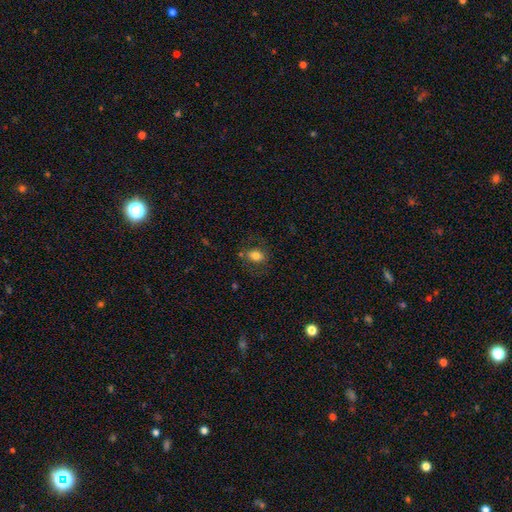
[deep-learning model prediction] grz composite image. It shows a smooth galaxy with no disk features (76%) that is in between round and cigar-shaped (77%). Merging: none (74%).